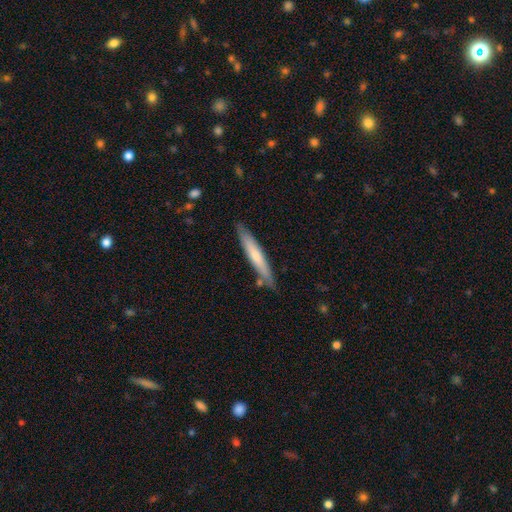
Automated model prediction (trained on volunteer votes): The model was most divided on "smooth or featured": smooth: 57%, featured or disk: 38%, star or artifact: 5%. More confident: how rounded — cigar-shaped (94%); merging — none (83%).